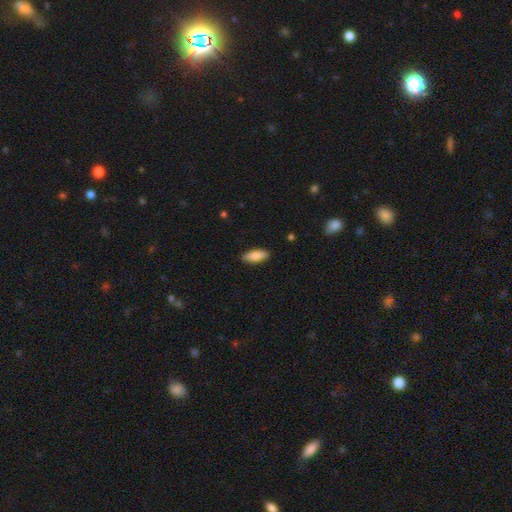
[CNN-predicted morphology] smooth 85%, featured or disk 9%, star or artifact 6%. Down the decision tree: how rounded — in between (78%); merging — none (89%).